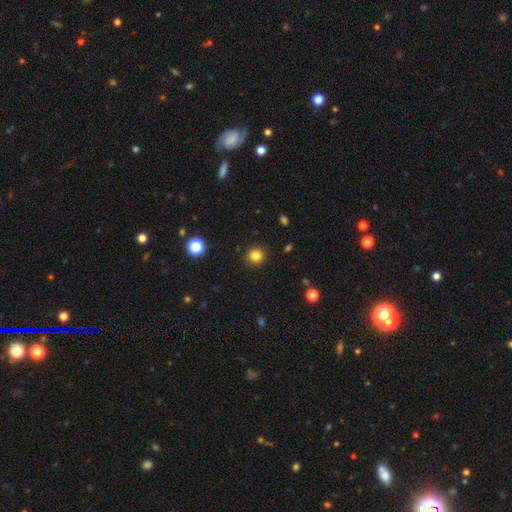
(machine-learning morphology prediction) This is clearly a smooth galaxy (83%). How rounded: clearly round (93%). Merging: clearly none (91%).